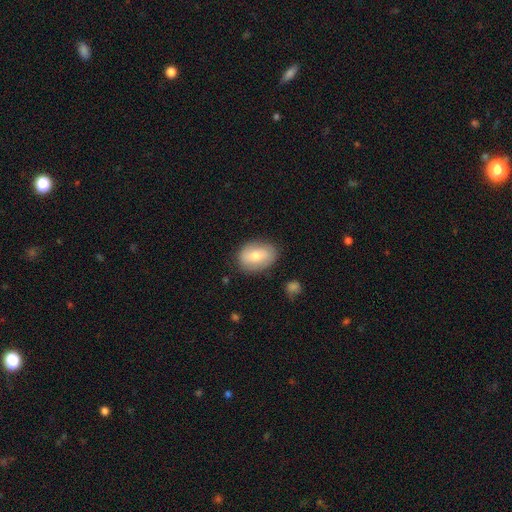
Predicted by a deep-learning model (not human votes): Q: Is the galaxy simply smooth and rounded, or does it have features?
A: smooth — 65%.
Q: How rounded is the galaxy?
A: in between — 76%.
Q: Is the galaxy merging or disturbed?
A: none — 81%.